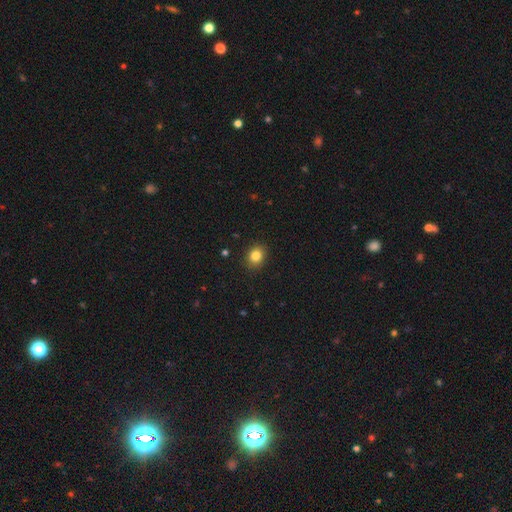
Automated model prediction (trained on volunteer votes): Smooth or featured?
  - smooth: 83% *
  - star or artifact: 11%
  - featured or disk: 6%
How rounded?
  - round: 64% *
  - in between: 35%
  - cigar-shaped: 1%
Merging?
  - none: 90% *
  - minor disturbance: 7%
  - major disturbance: 2%
  - merger: 1%